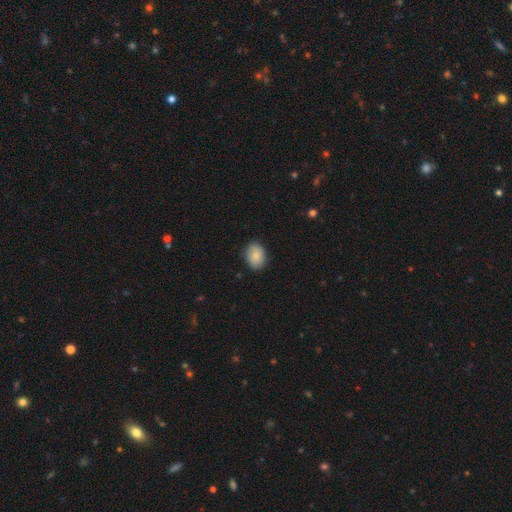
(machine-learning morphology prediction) smooth-or-featured: smooth: 85% | featured or disk: 8% | star or artifact: 7%
  how-rounded: in between: 68% | round: 31% | cigar-shaped: 1%
  merging: none: 85% | minor disturbance: 12% | major disturbance: 2% | merger: 1%